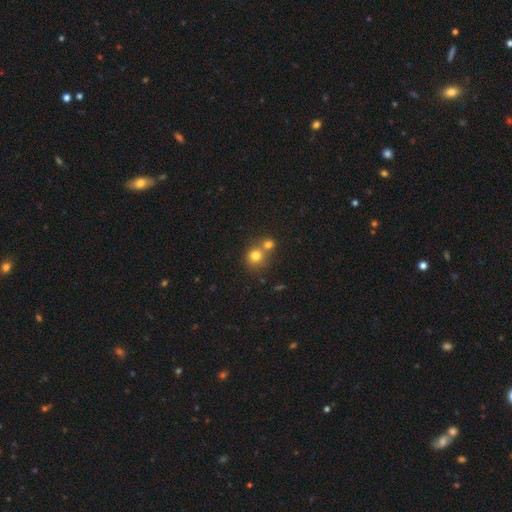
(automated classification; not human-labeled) smooth-or-featured: smooth: 77% | star or artifact: 13% | featured or disk: 10%
  how-rounded: round: 85% | in between: 14% | cigar-shaped: 1%
  merging: none: 48% | merger: 43% | minor disturbance: 7% | major disturbance: 3%